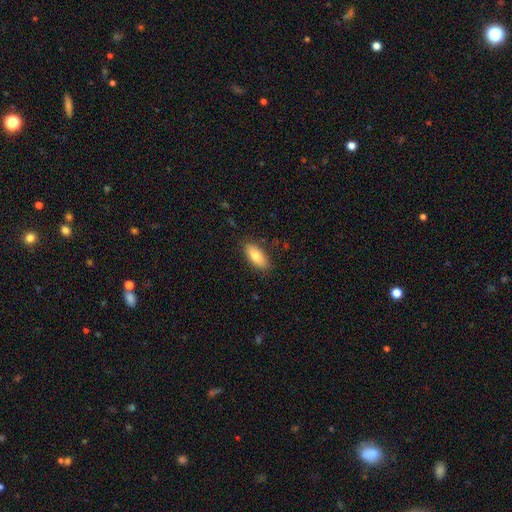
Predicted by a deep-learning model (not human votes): Morphology: type=smooth (81%); roundness=in between (82%); merging=none (85%).